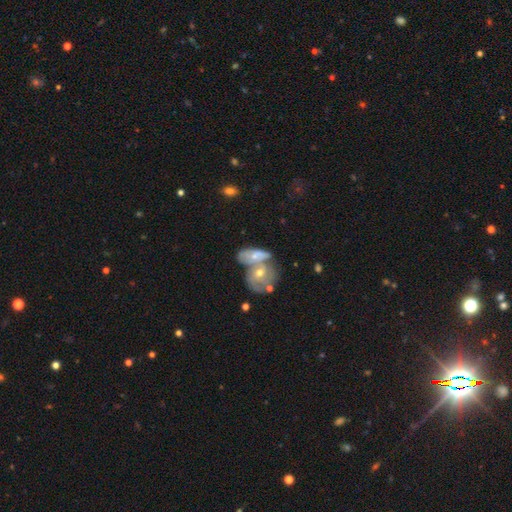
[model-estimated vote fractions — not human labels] Smooth or featured: featured or disk — 53% (smooth — 39%)
Edge-on disk: no — 90% (yes — 10%)
Merging: merger — 58% (none — 25%)